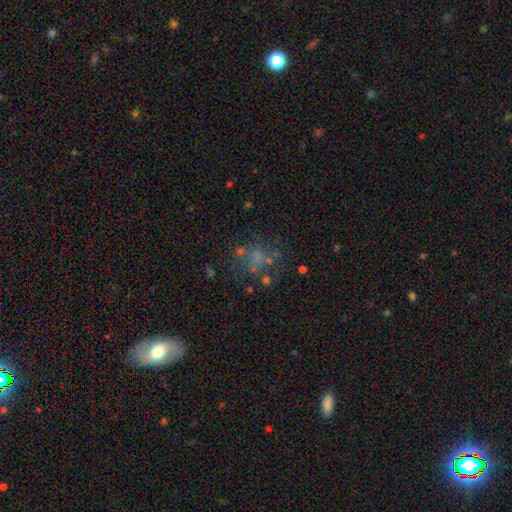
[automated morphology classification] A smooth galaxy with no disk features (45%).

Vote fractions:
- Smooth or featured? smooth: 45% / featured or disk: 30% / star or artifact: 25%
- Merging? none: 53% / major disturbance: 19% / minor disturbance: 17% / merger: 11%